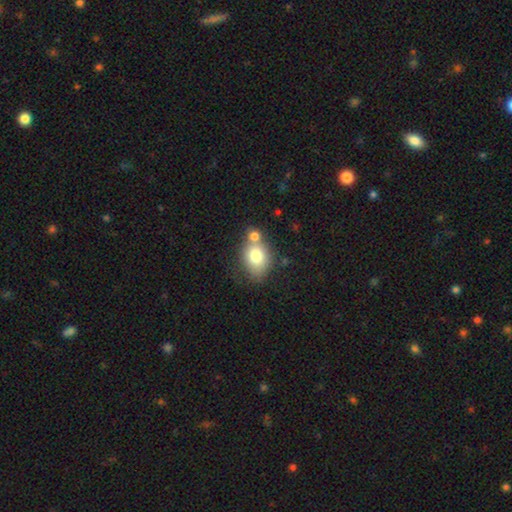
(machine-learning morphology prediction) smooth-or-featured: smooth: 77% | featured or disk: 14% | star or artifact: 9%
  how-rounded: in between: 60% | round: 38% | cigar-shaped: 1%
  merging: none: 45% | merger: 33% | minor disturbance: 15% | major disturbance: 6%